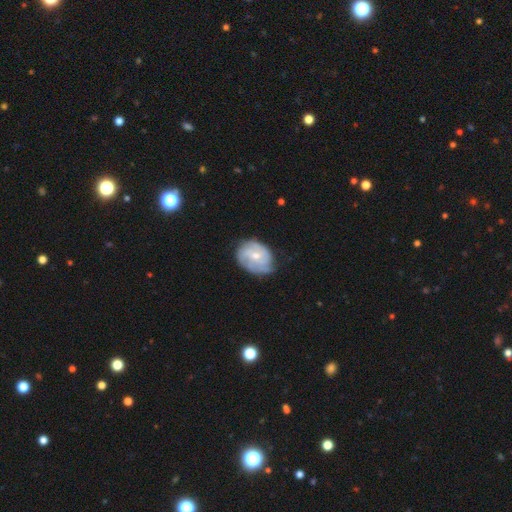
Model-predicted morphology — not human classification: type=featured or disk (69%); edge-on=no (97%); bar=no (63%); spiral arms=yes (86%); winding=tight (52%); arm count=can't tell (36%); bulge=small (51%); merging=none (60%).